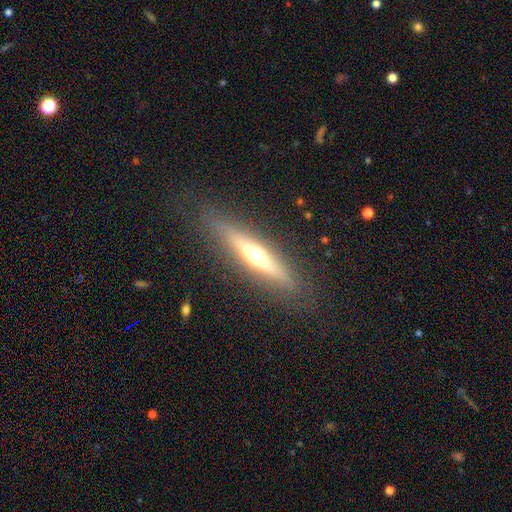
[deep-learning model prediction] Smooth or featured?
  - featured or disk: 64% *
  - smooth: 28%
  - star or artifact: 7%
Edge-on disk?
  - yes: 92% *
  - no: 8%
Edge-on bulge?
  - rounded: 90% *
  - none: 5%
  - boxy: 5%
Merging?
  - none: 85% *
  - minor disturbance: 10%
  - major disturbance: 4%
  - merger: 1%